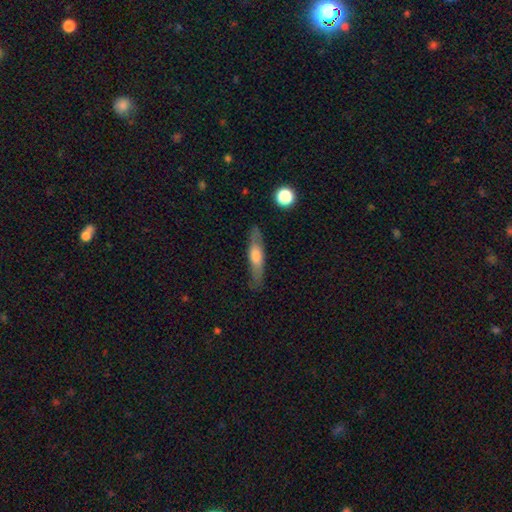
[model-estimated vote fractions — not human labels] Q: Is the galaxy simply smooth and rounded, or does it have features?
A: smooth — 53%.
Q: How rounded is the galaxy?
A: cigar-shaped — 75%.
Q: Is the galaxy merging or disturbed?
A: none — 80%.